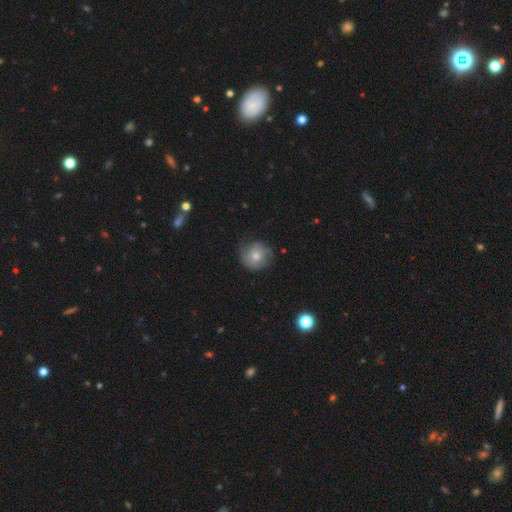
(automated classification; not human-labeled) Morphology: type=smooth (51%); roundness=round (89%); merging=none (69%).